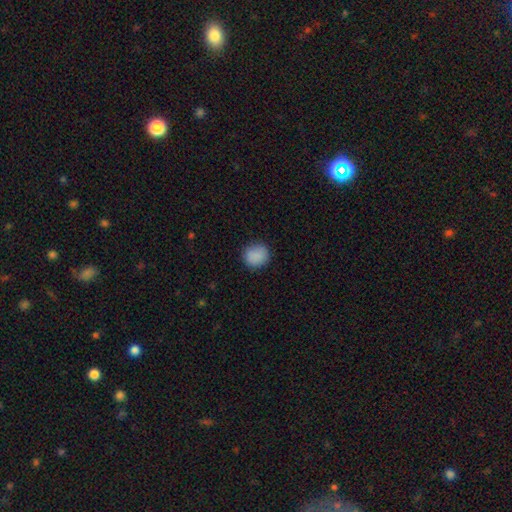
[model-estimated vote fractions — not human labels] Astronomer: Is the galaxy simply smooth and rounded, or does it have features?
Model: smooth — 87%.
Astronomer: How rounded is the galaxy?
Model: round — 85%.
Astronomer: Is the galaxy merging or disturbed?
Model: none — 85%.